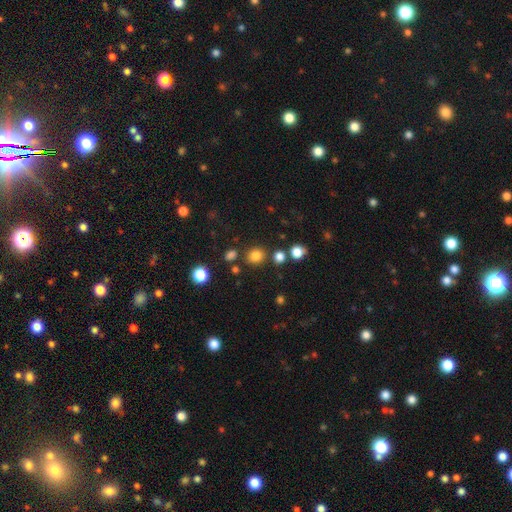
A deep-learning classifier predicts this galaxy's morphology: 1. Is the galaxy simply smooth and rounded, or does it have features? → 81% smooth, 15% star or artifact, 5% featured or disk.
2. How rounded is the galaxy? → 79% round, 21% in between, 1% cigar-shaped.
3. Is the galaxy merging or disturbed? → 82% none, 9% minor disturbance, 7% merger, 3% major disturbance.